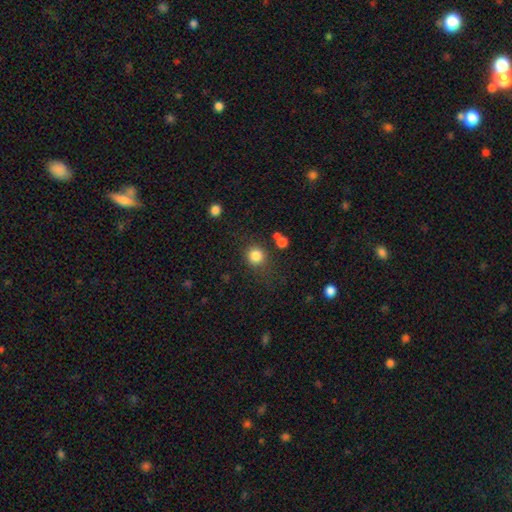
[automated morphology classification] This appears to be a smooth galaxy with no disk features (83%) that is round (89%). Merging: none (78%).